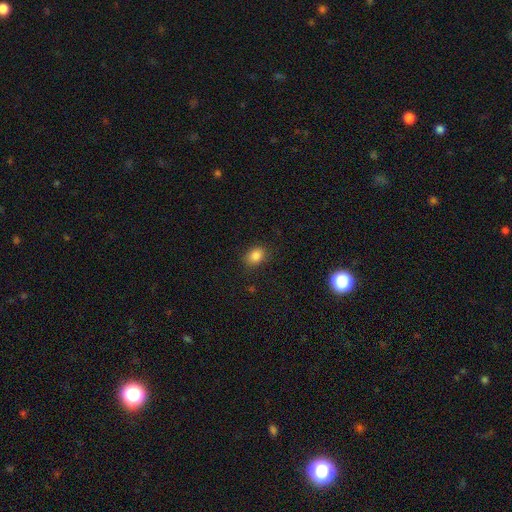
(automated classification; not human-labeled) Smooth or featured? Predicted: smooth (p=0.85). How rounded? Predicted: in between (p=0.68). Merging? Predicted: none (p=0.84).